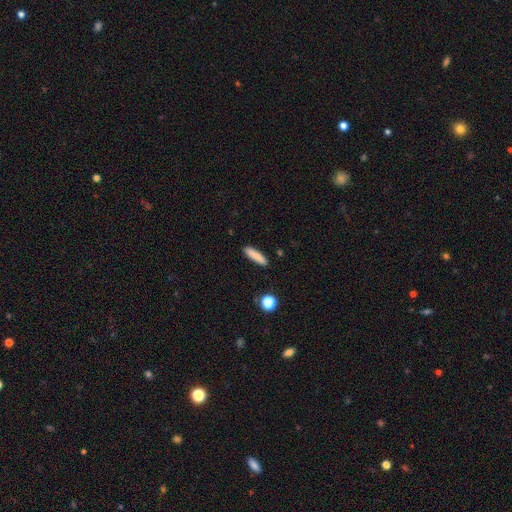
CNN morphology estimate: Smooth or featured?
  - smooth: 83% *
  - featured or disk: 9%
  - star or artifact: 8%
How rounded?
  - cigar-shaped: 82% *
  - in between: 16%
  - round: 2%
Merging?
  - none: 88% *
  - minor disturbance: 8%
  - merger: 2%
  - major disturbance: 2%